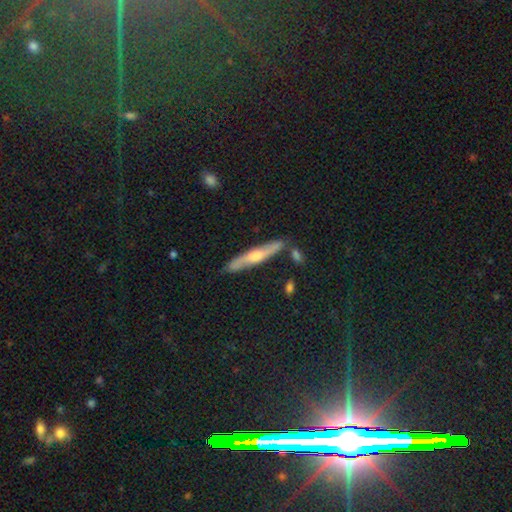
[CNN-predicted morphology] Smooth or featured: featured or disk — 55% (smooth — 39%)
Edge-on disk: yes — 87% (no — 13%)
Merging: none — 82% (minor disturbance — 12%)